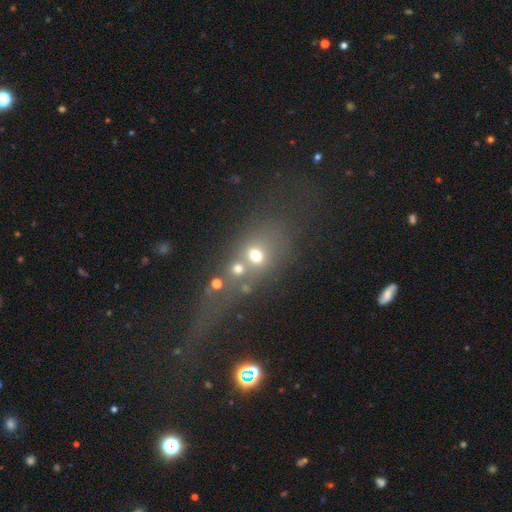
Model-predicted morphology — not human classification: This appears to be a smooth galaxy with no disk features (57%) that is round (49%). Merging: merger (44%).